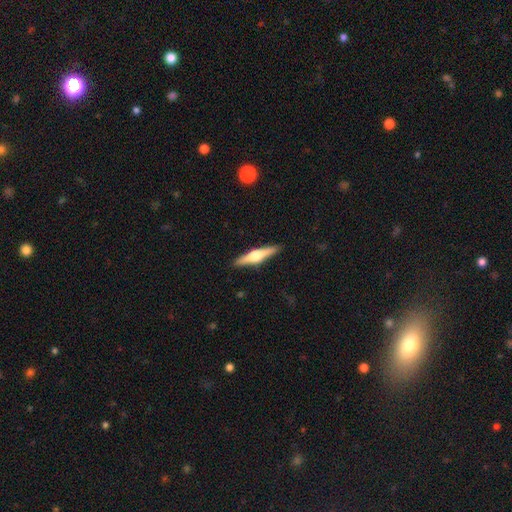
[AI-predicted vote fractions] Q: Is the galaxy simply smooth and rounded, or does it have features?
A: featured or disk — 65%.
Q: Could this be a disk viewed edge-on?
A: yes — 97%.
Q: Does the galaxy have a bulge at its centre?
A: rounded — 94%.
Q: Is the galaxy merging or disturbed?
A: none — 91%.